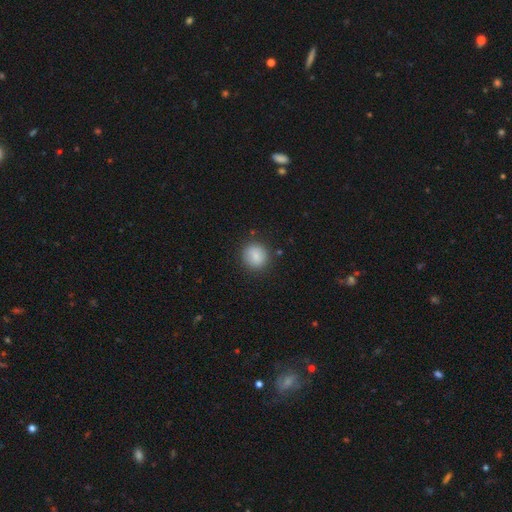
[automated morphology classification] Q: Smooth or featured?
A: smooth (84%); runner-up: star or artifact (8%)
Q: How rounded?
A: round (86%); runner-up: in between (13%)
Q: Merging?
A: none (86%); runner-up: minor disturbance (9%)